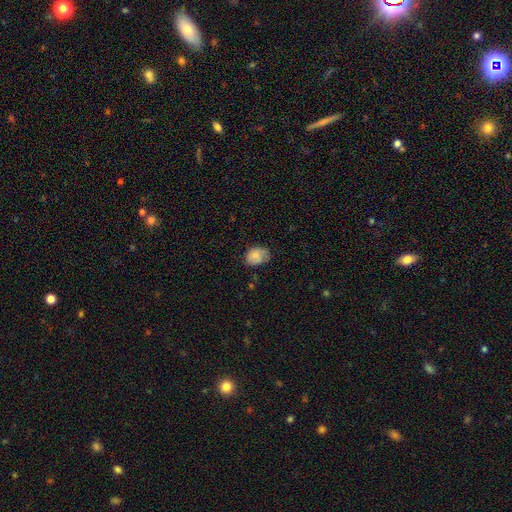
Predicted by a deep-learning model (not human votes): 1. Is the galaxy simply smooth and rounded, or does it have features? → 76% smooth, 16% featured or disk, 8% star or artifact.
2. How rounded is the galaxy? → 68% in between, 31% round, 1% cigar-shaped.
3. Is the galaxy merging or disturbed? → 56% none, 33% minor disturbance, 9% major disturbance, 2% merger.